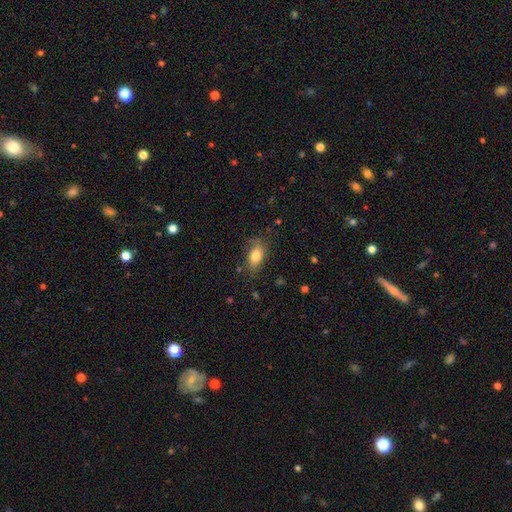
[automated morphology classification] smooth_or_featured: smooth (p=0.77) [alt: featured or disk p=0.15]
how_rounded: in between (p=0.87) [alt: round p=0.07]
merging: none (p=0.71) [alt: minor disturbance p=0.21]